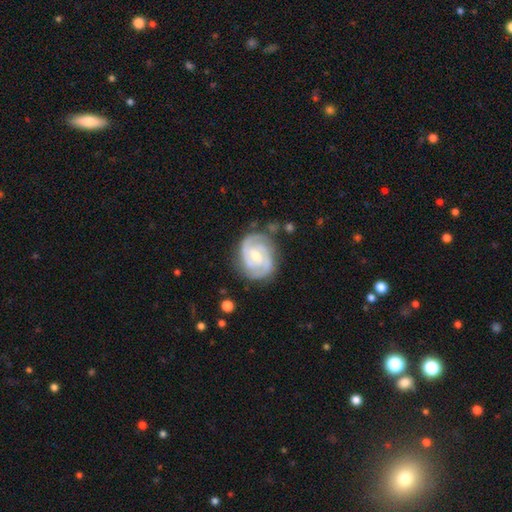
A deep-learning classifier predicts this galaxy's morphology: Smooth or featured: featured or disk — 89% (smooth — 7%)
Edge-on disk: no — 98% (yes — 2%)
Bar: weak — 47% (no — 39%)
Spiral arms: yes — 97% (no — 3%)
Spiral winding: tight — 62% (medium — 33%)
Spiral arm count: 2 — 61% (3 — 21%)
Bulge size: moderate — 56% (small — 39%)
Merging: none — 74% (minor disturbance — 18%)